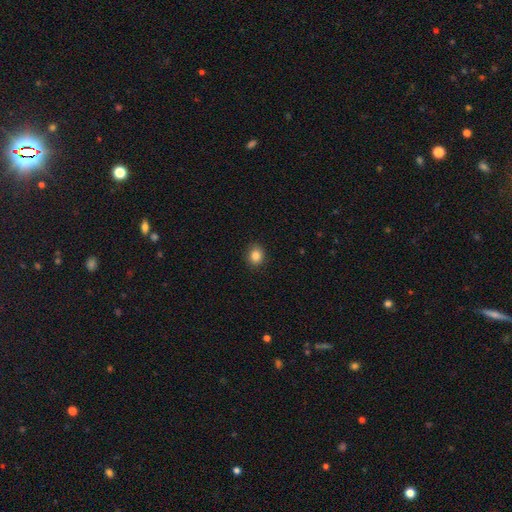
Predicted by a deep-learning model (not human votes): Q: Smooth or featured?
A: smooth (85%); runner-up: star or artifact (10%)
Q: How rounded?
A: round (64%); runner-up: in between (35%)
Q: Merging?
A: none (89%); runner-up: minor disturbance (8%)